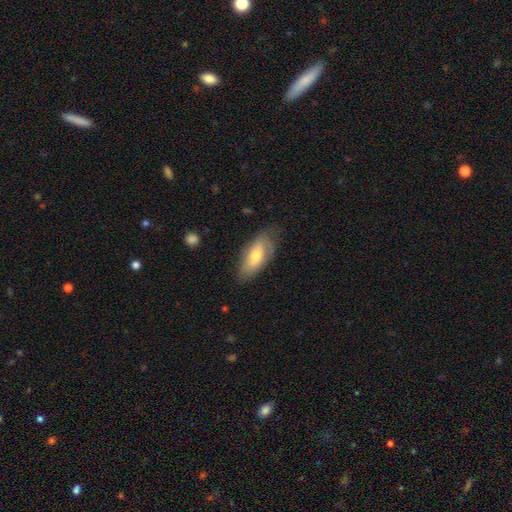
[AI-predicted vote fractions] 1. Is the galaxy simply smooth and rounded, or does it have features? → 59% smooth, 35% featured or disk, 6% star or artifact.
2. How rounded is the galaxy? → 83% in between, 14% cigar-shaped, 3% round.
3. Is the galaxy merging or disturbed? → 68% none, 24% minor disturbance, 6% major disturbance, 1% merger.